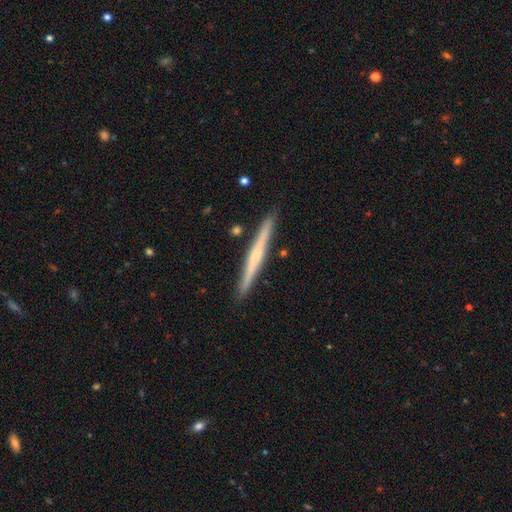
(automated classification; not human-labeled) The model was most divided on "edge-on bulge": none: 52%, rounded: 37%, boxy: 11%. More confident: edge-on disk — yes (98%); merging — none (90%); smooth or featured — featured or disk (59%).